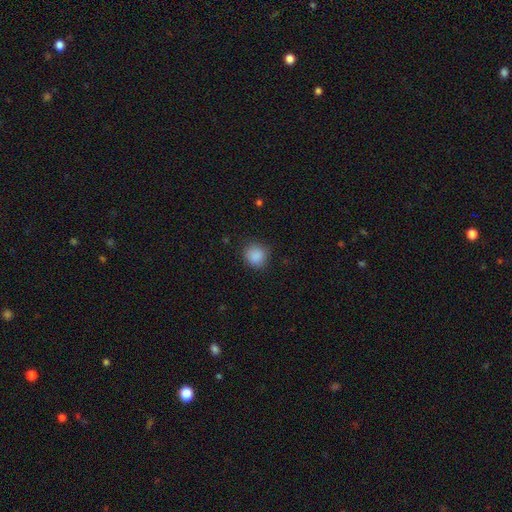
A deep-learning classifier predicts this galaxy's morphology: This is clearly a smooth galaxy (88%). How rounded: clearly round (84%). Merging: clearly none (83%).